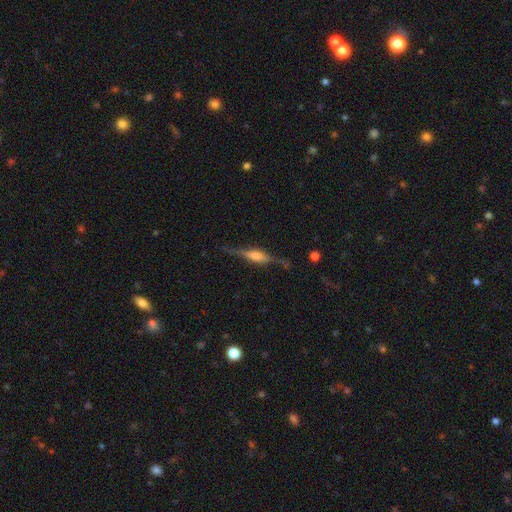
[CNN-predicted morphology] Q: Smooth or featured?
A: featured or disk (78%); runner-up: smooth (15%)
Q: Edge-on disk?
A: yes (96%); runner-up: no (4%)
Q: Edge-on bulge?
A: rounded (73%); runner-up: boxy (23%)
Q: Merging?
A: none (78%); runner-up: minor disturbance (15%)